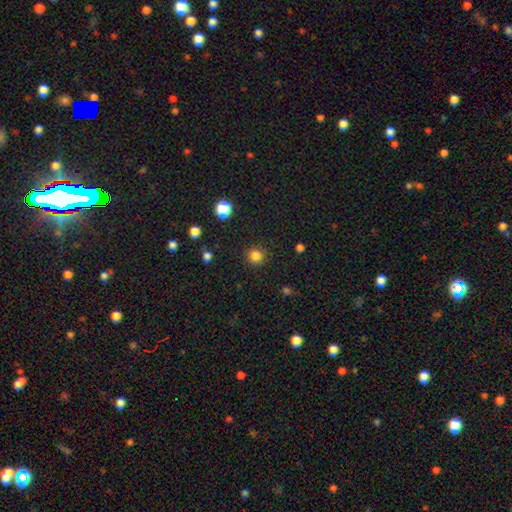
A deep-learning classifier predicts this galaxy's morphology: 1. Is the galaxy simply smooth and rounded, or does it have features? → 83% smooth, 13% star or artifact, 4% featured or disk.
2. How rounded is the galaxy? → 91% round, 8% in between, 1% cigar-shaped.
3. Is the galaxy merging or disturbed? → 89% none, 7% minor disturbance, 2% major disturbance, 1% merger.